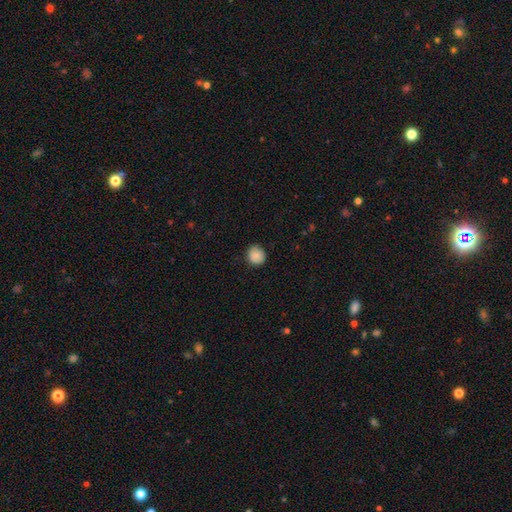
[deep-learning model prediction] smooth-or-featured: smooth: 87% | star or artifact: 8% | featured or disk: 5%
  how-rounded: round: 87% | in between: 12% | cigar-shaped: 1%
  merging: none: 83% | minor disturbance: 14% | major disturbance: 3% | merger: 1%